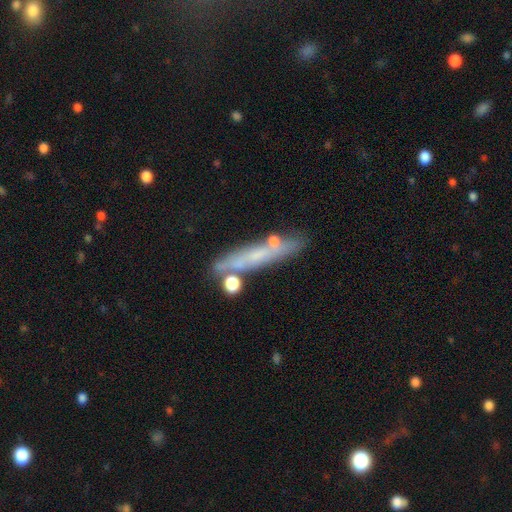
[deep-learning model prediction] Q: Smooth or featured?
A: featured or disk (46%); runner-up: smooth (44%)
Q: Merging?
A: none (68%); runner-up: minor disturbance (16%)